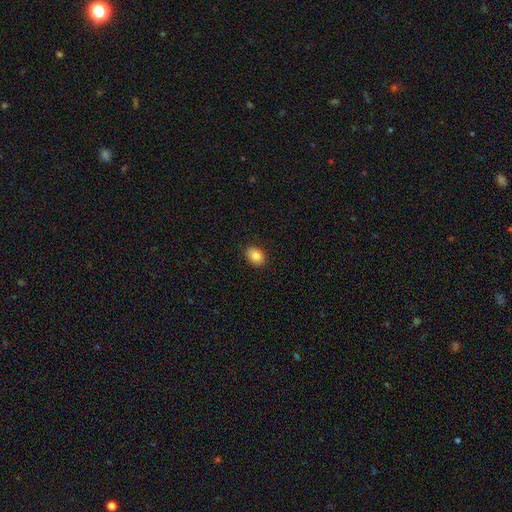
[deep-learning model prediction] Smooth or featured: smooth — 87% (star or artifact — 8%)
How rounded: in between — 74% (round — 25%)
Merging: none — 89% (minor disturbance — 8%)